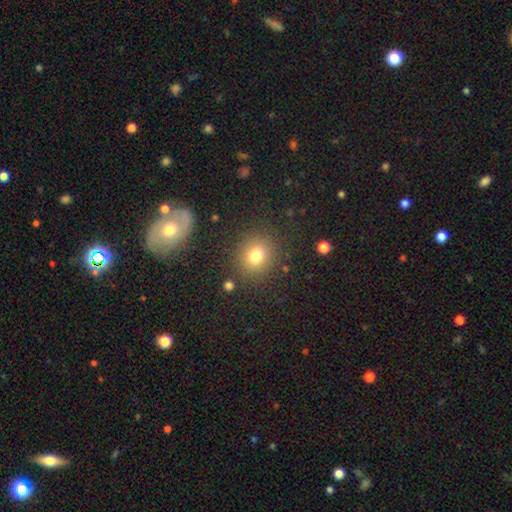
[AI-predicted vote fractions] Overall: smooth (78%). How rounded: round (76%). Merging: none (85%).